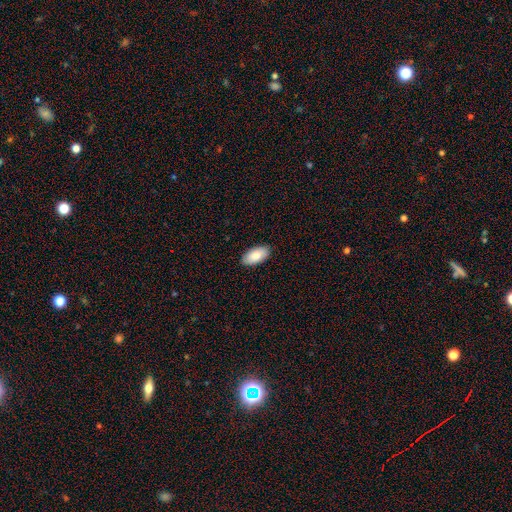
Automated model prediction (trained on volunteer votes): smooth 86%, featured or disk 8%, star or artifact 6%. Down the decision tree: how rounded — in between (95%); merging — none (89%).